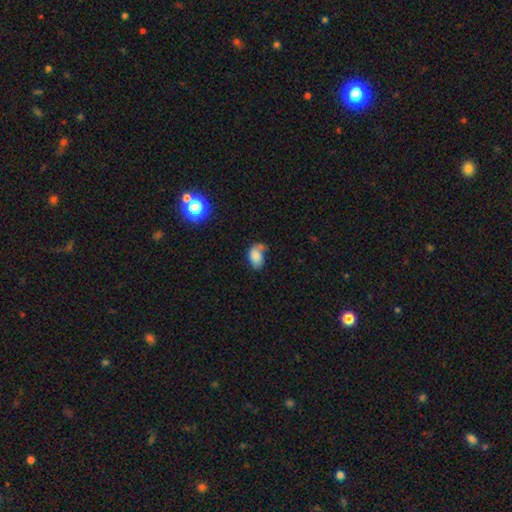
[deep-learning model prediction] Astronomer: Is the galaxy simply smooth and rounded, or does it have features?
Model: smooth — 75%.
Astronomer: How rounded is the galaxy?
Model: in between — 86%.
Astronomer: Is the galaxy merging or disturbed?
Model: none — 37% (runner-up: minor disturbance, 26%).